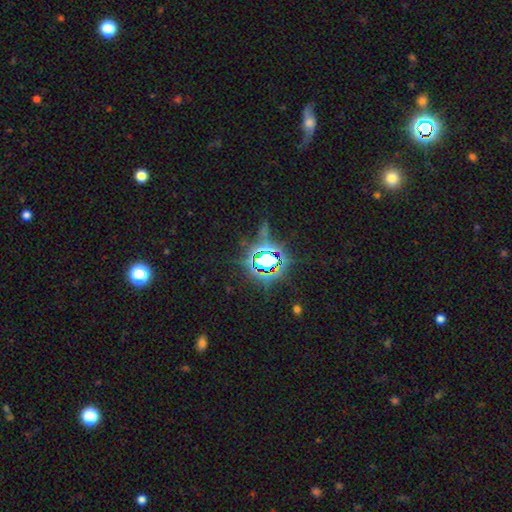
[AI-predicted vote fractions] Smooth or featured? star or artifact (78%)